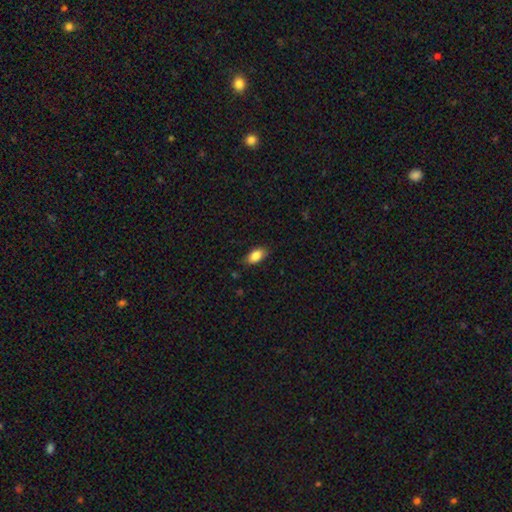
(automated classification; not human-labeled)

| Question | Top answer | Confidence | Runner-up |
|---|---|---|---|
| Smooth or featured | smooth | 86% | star or artifact (7%) |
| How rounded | in between | 90% | round (5%) |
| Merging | none | 83% | minor disturbance (14%) |